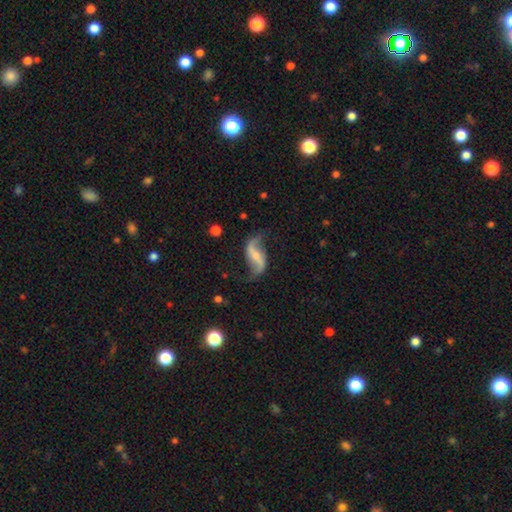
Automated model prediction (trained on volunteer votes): A featured or disk galaxy (87%) with a strong bar (38%), 2 (93%) loose (89%) spiral arms (95%) and a small central bulge (51%).

Vote fractions:
- Smooth or featured? featured or disk: 87% / smooth: 8% / star or artifact: 5%
- Edge-on disk? no: 96% / yes: 4%
- Bar? strong: 38% / weak: 35% / no: 27%
- Spiral arms? yes: 95% / no: 5%
- Spiral winding? loose: 89% / medium: 8% / tight: 2%
- Spiral arm count? 2: 93% / 1: 2% / can't tell: 2% / 3: 1% / 4: 1% / more than 4: 1%
- Bulge size? small: 51% / moderate: 26% / none: 19% / large: 3% / dominant: 2%
- Merging? none: 73% / minor disturbance: 16% / major disturbance: 9% / merger: 2%